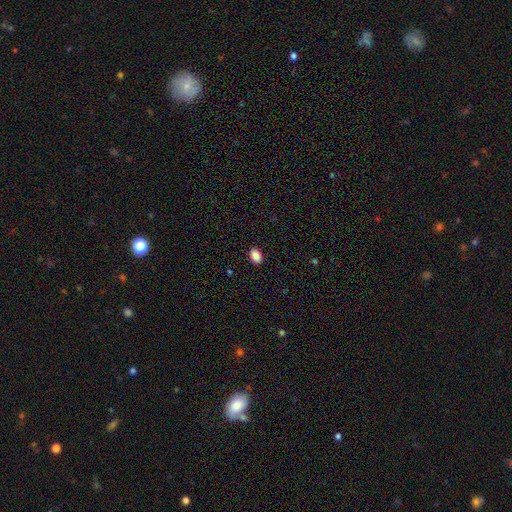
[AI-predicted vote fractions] smooth-or-featured: smooth: 88% | star or artifact: 8% | featured or disk: 3%
  how-rounded: in between: 83% | round: 16% | cigar-shaped: 1%
  merging: none: 90% | minor disturbance: 7% | major disturbance: 2% | merger: 1%